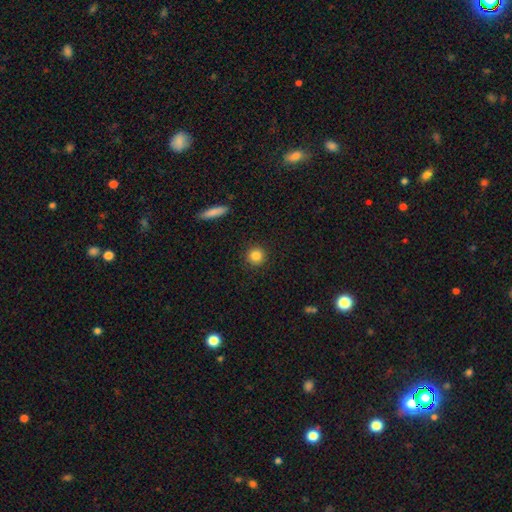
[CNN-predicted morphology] smooth 85%, star or artifact 10%, featured or disk 6%. Down the decision tree: how rounded — round (93%); merging — none (91%).